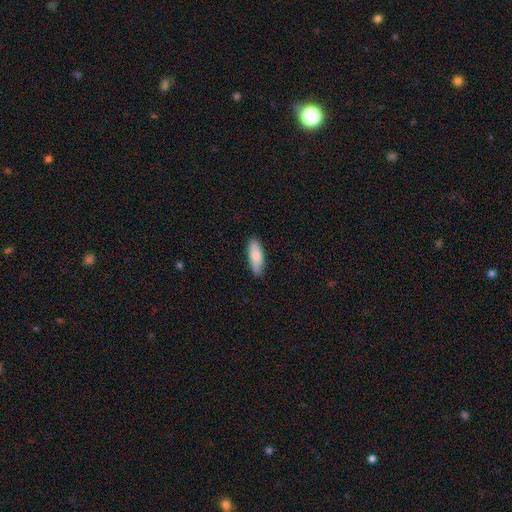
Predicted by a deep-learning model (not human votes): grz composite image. It shows a smooth galaxy with no disk features (79%) that is in between round and cigar-shaped (69%). Merging: none (84%).